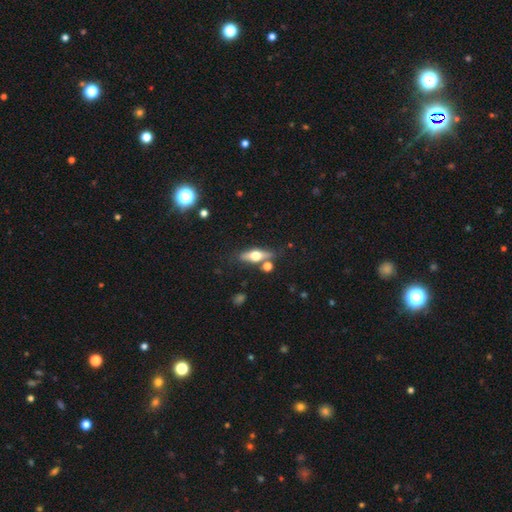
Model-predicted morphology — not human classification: smooth_or_featured: featured or disk (p=0.49) [alt: smooth p=0.44]
merging: none (p=0.74) [alt: minor disturbance p=0.13]